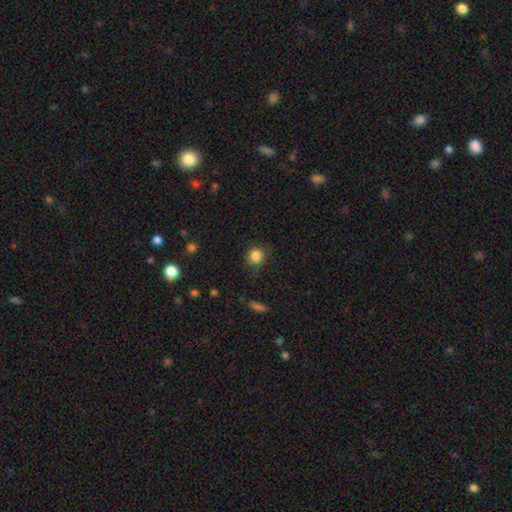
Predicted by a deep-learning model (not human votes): Smooth or featured: smooth — 85% (star or artifact — 11%)
How rounded: round — 85% (in between — 14%)
Merging: none — 79% (minor disturbance — 16%)